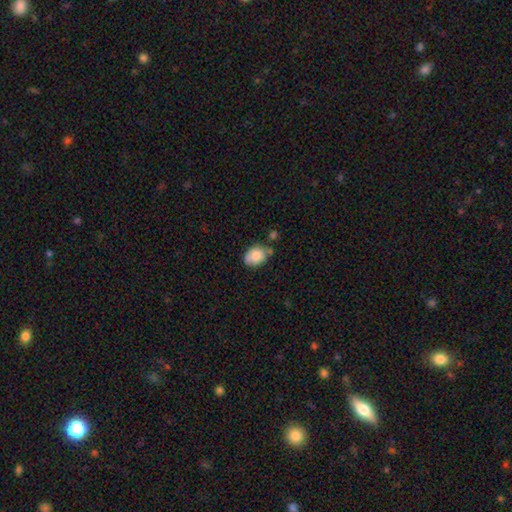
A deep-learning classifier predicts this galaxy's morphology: Smooth or featured? Predicted: smooth (p=0.84). How rounded? Predicted: in between (p=0.65). Merging? Predicted: none (p=0.58).